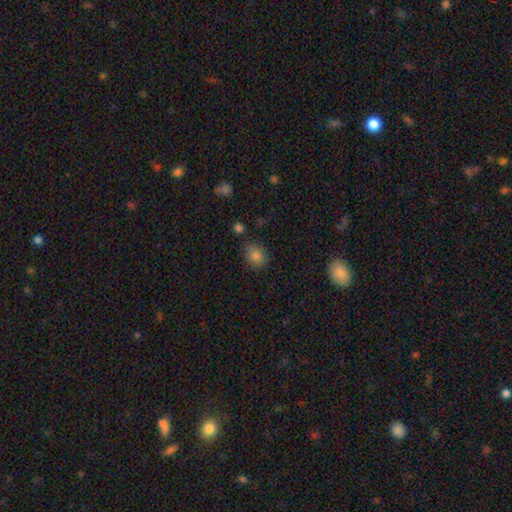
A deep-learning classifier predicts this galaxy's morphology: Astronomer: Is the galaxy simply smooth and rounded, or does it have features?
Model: smooth — 82%.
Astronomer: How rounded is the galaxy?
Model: in between — 56% (runner-up: round, 43%).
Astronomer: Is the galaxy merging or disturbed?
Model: none — 78%.